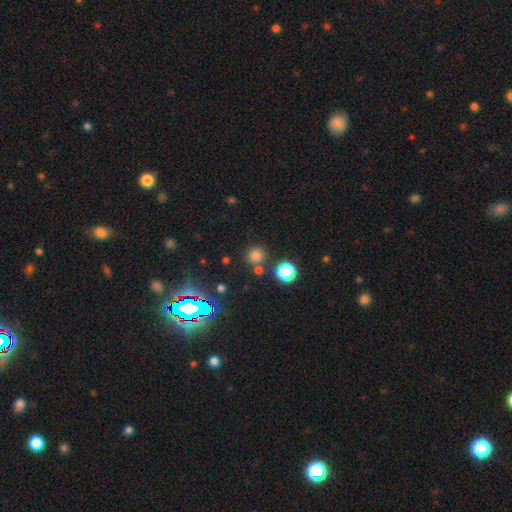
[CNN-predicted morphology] Smooth or featured? smooth (73%)
How rounded? round (92%)
Merging? none (78%)